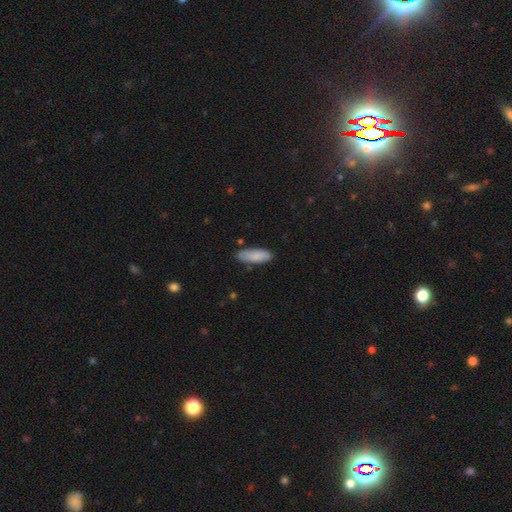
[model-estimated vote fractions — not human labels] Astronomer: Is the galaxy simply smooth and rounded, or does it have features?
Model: smooth — 85%.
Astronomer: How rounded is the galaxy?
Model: in between — 66%.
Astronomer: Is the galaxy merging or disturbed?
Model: none — 79%.